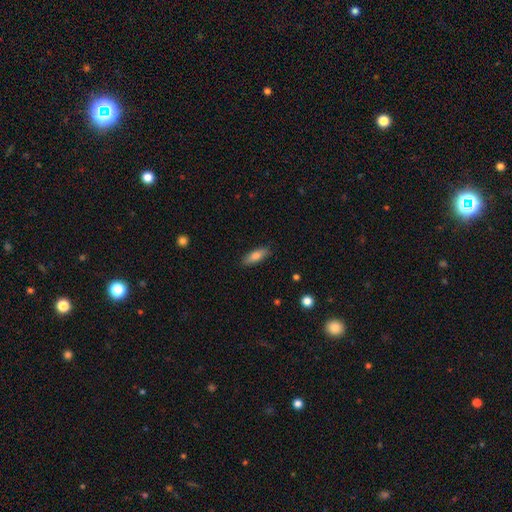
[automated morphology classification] smooth_or_featured: smooth (p=0.76) [alt: featured or disk p=0.18]
how_rounded: in between (p=0.59) [alt: cigar-shaped p=0.39]
merging: none (p=0.87) [alt: minor disturbance p=0.10]